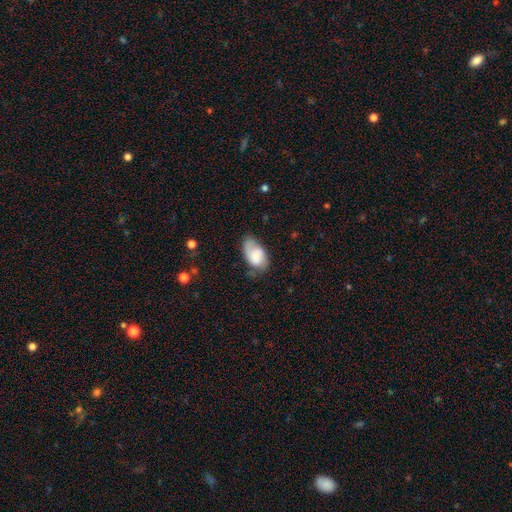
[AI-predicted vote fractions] This is likely a smooth galaxy (67%). How rounded: clearly in between (93%). Merging: possibly none (47%).